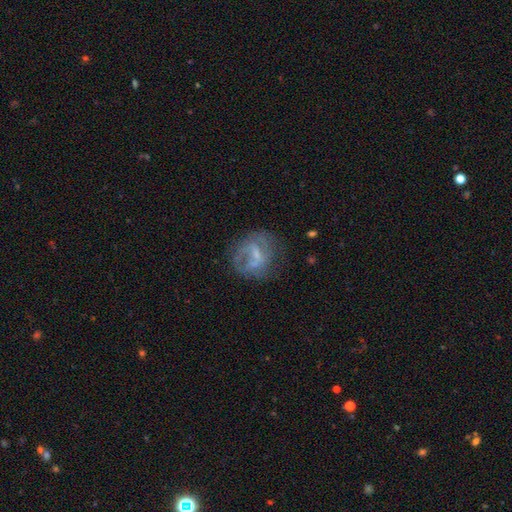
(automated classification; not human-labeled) Q: Smooth or featured?
A: featured or disk (66%); runner-up: smooth (24%)
Q: Edge-on disk?
A: no (97%); runner-up: yes (3%)
Q: Bar?
A: weak (49%); runner-up: no (30%)
Q: Spiral arms?
A: yes (63%); runner-up: no (37%)
Q: Bulge size?
A: small (49%); runner-up: none (26%)
Q: Merging?
A: none (55%); runner-up: minor disturbance (21%)